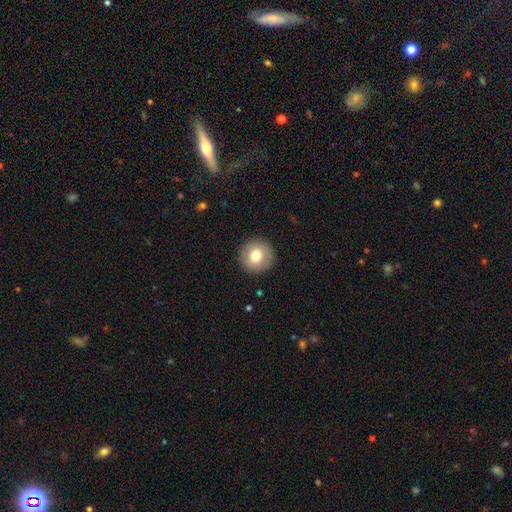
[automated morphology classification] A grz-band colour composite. It shows a smooth galaxy with no disk features (78%) that is round (95%). Merging: none (91%).